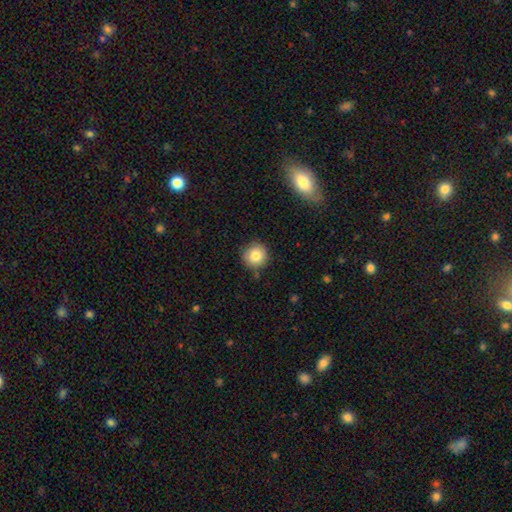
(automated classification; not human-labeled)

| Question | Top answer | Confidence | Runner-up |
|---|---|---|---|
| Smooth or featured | smooth | 81% | star or artifact (10%) |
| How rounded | round | 94% | in between (5%) |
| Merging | none | 86% | minor disturbance (10%) |